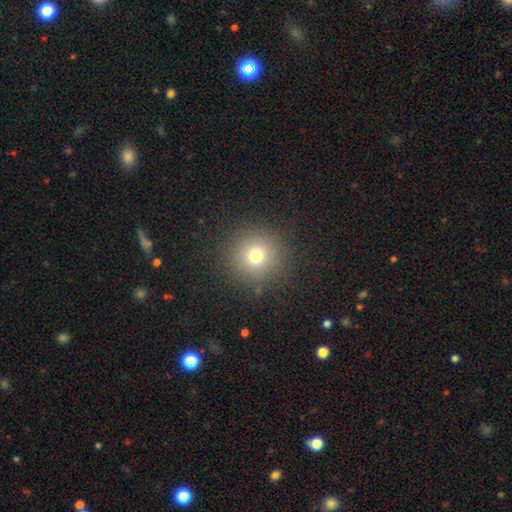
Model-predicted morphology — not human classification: Smooth or featured?
  - smooth: 73% *
  - star or artifact: 17%
  - featured or disk: 10%
How rounded?
  - round: 95% *
  - in between: 4%
  - cigar-shaped: 1%
Merging?
  - none: 88% *
  - minor disturbance: 7%
  - major disturbance: 4%
  - merger: 1%